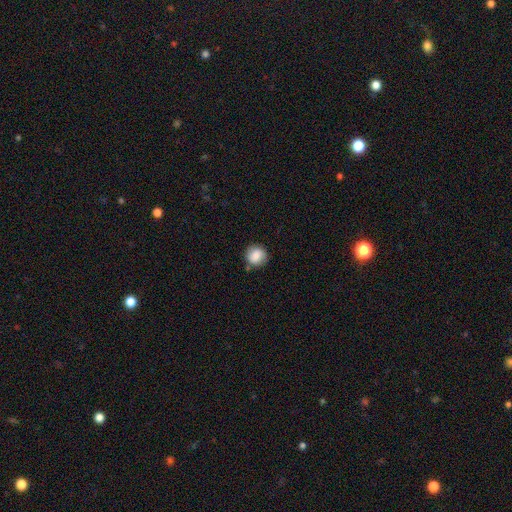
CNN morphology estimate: smooth-or-featured: smooth: 83% | featured or disk: 9% | star or artifact: 8%
  how-rounded: round: 88% | in between: 11% | cigar-shaped: 1%
  merging: none: 79% | minor disturbance: 15% | major disturbance: 3% | merger: 3%